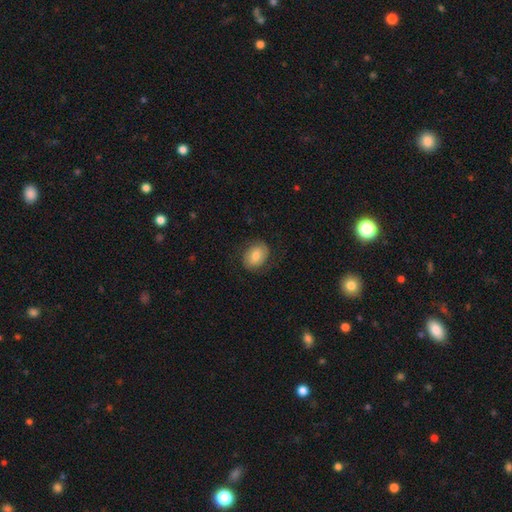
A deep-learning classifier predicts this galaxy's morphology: Smooth or featured: smooth — 69% (featured or disk — 24%)
How rounded: in between — 67% (round — 32%)
Merging: none — 75% (minor disturbance — 16%)